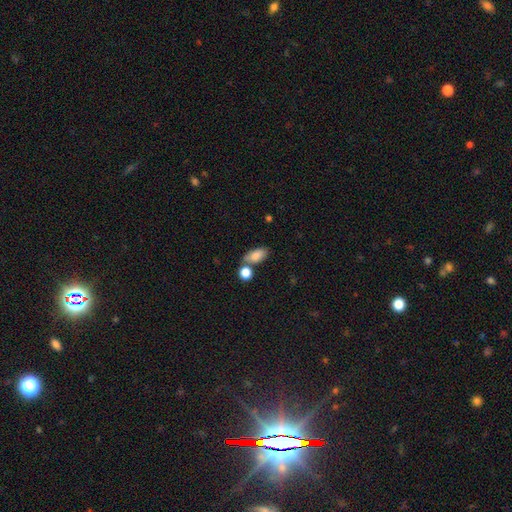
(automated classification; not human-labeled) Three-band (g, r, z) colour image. It shows a smooth galaxy with no disk features (83%) that is in between round and cigar-shaped (87%). Merging: none (60%).